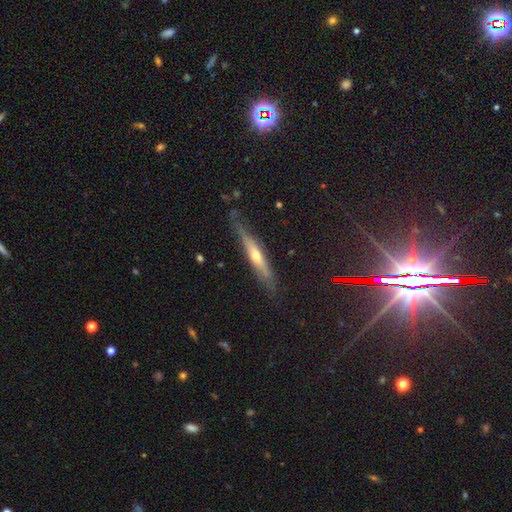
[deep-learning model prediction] A featured or disk galaxy (59%) viewed edge-on (84%). Merging: none (72%).